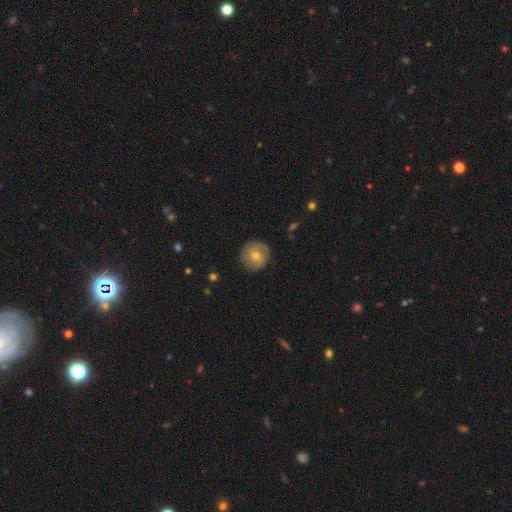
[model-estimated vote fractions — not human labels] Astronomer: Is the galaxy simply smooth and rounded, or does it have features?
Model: smooth — 55% (runner-up: featured or disk, 36%).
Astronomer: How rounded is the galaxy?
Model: round — 94%.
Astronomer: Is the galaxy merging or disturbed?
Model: none — 85%.